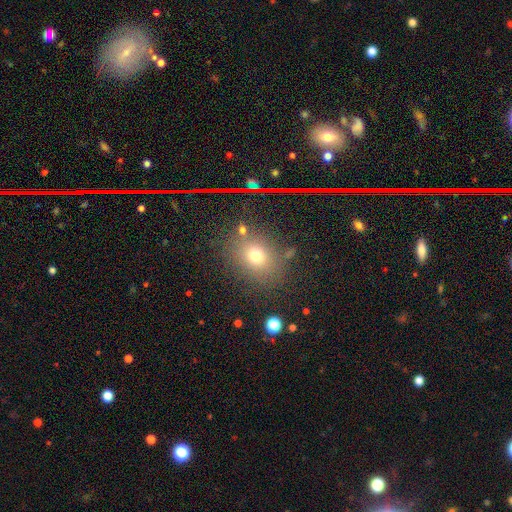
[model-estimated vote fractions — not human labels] A smooth galaxy with no disk features (68%) that is round (59%). Merging: none (80%).